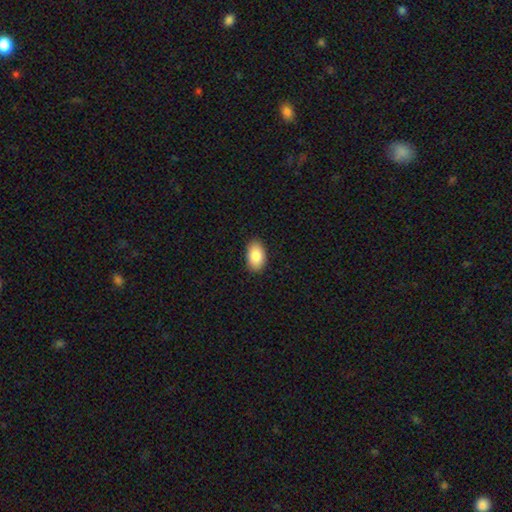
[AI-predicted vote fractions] smooth_or_featured: smooth (p=0.87) [alt: star or artifact p=0.07]
how_rounded: in between (p=0.93) [alt: round p=0.05]
merging: none (p=0.88) [alt: minor disturbance p=0.09]